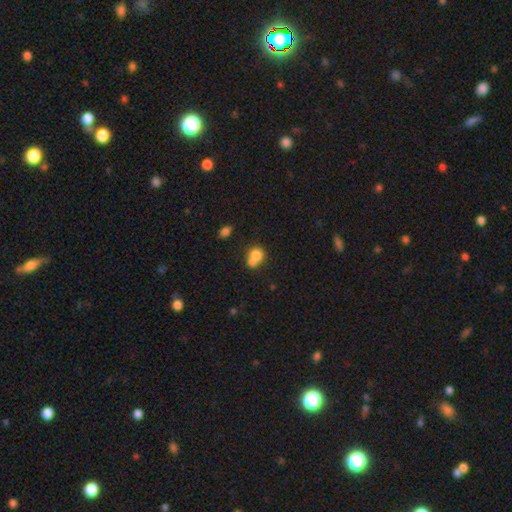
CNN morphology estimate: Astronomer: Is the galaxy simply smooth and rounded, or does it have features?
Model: smooth — 76%.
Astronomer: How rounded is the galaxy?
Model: round — 59% (runner-up: in between, 40%).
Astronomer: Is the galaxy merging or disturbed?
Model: merger — 51% (runner-up: none, 29%).